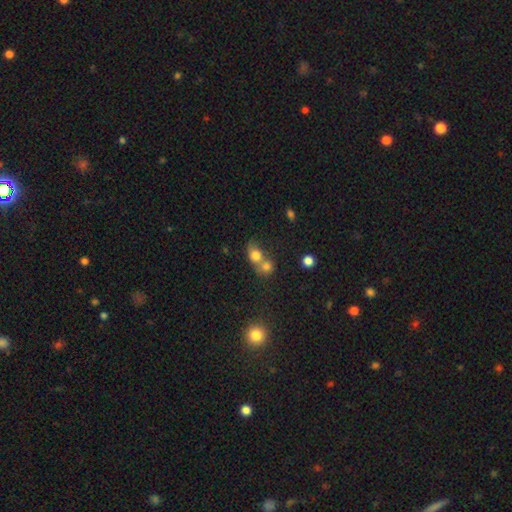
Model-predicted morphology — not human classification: type=smooth (74%); roundness=round (57%); merging=merger (66%).